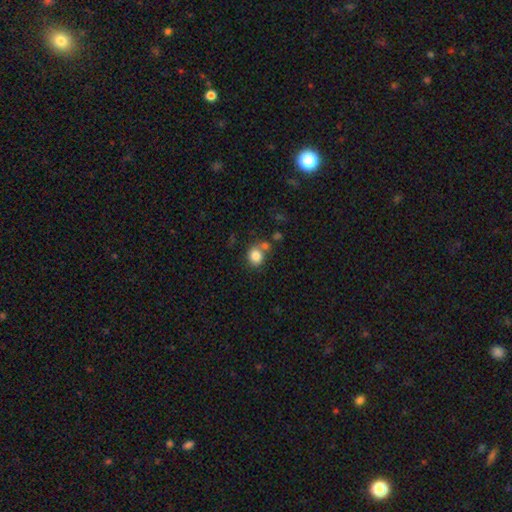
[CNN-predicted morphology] smooth 83%, star or artifact 9%, featured or disk 7%. Down the decision tree: how rounded — round (68%); merging — none (56%).